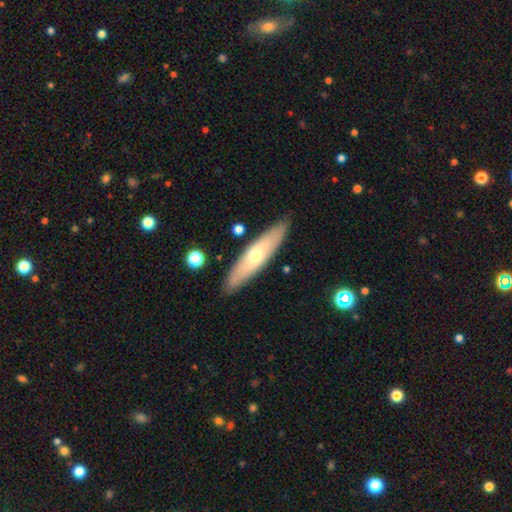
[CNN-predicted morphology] type=smooth (48%); merging=none (88%).